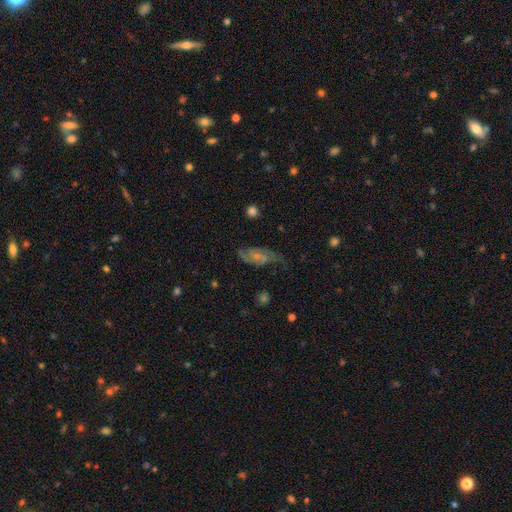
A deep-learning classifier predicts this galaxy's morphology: smooth_or_featured: featured or disk (p=0.70) [alt: smooth p=0.18]
disk_edge_on: no (p=0.92) [alt: yes p=0.08]
bar: no (p=0.62) [alt: weak p=0.31]
has_spiral_arms: yes (p=0.91) [alt: no p=0.09]
spiral_winding: medium (p=0.45) [alt: loose p=0.29]
spiral_arm_count: 2 (p=0.77) [alt: can't tell p=0.12]
bulge_size: small (p=0.61) [alt: moderate p=0.25]
merging: none (p=0.64) [alt: minor disturbance p=0.21]